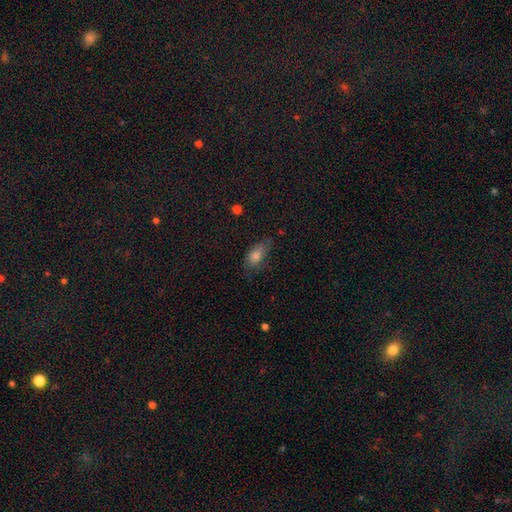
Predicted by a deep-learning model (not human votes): Smooth or featured? smooth (74%)
How rounded? in between (82%)
Merging? none (59%)